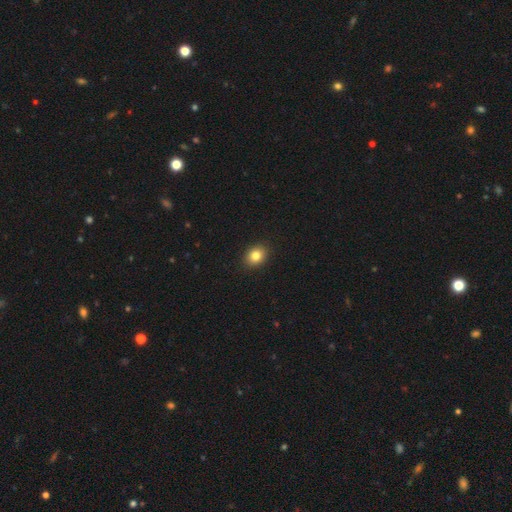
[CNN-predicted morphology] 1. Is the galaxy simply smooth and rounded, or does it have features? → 83% smooth, 10% star or artifact, 7% featured or disk.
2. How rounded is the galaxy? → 53% in between, 46% round, 1% cigar-shaped.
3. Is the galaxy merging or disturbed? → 91% none, 7% minor disturbance, 2% major disturbance, 1% merger.